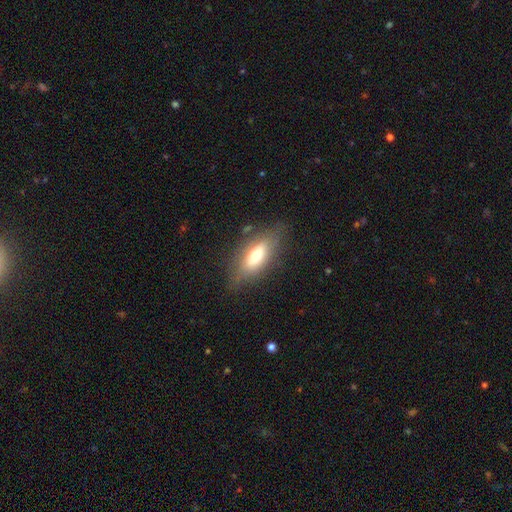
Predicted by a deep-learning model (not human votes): Smooth or featured?
  - smooth: 59% *
  - featured or disk: 33%
  - star or artifact: 8%
How rounded?
  - in between: 78% *
  - cigar-shaped: 18%
  - round: 4%
Merging?
  - none: 73% *
  - minor disturbance: 18%
  - major disturbance: 6%
  - merger: 2%